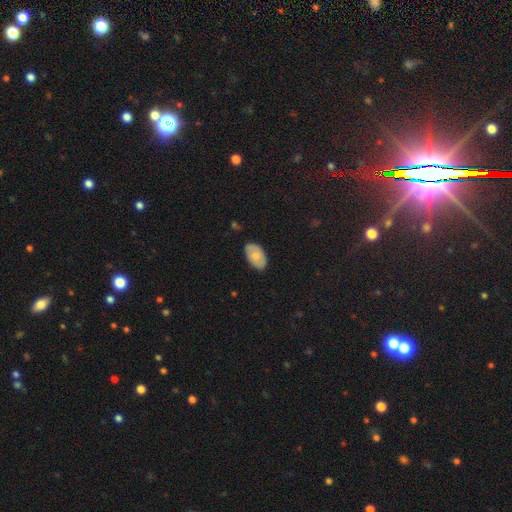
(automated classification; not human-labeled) smooth 67%, featured or disk 26%, star or artifact 6%. Down the decision tree: how rounded — in between (93%); merging — none (82%).